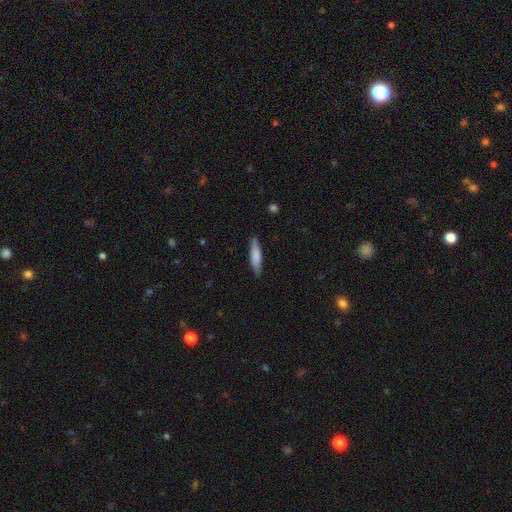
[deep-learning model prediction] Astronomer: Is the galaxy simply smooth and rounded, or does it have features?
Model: smooth — 75%.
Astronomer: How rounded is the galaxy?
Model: cigar-shaped — 79%.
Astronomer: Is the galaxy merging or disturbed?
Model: none — 85%.